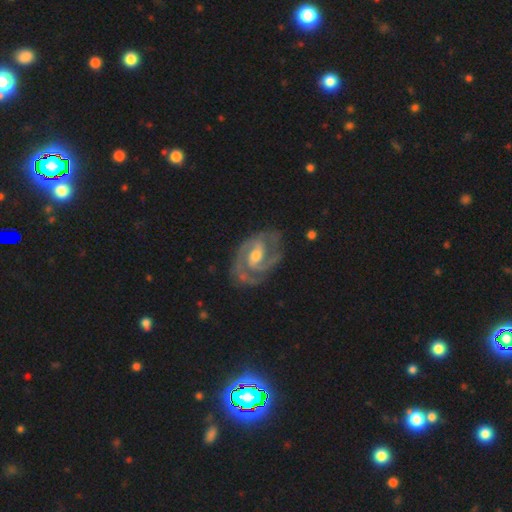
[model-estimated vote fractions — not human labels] A featured or disk galaxy (91%) with a weak bar (51%), 2 (72%) medium (48%) spiral arms (97%) and a moderate central bulge (64%). Merging: none (71%).